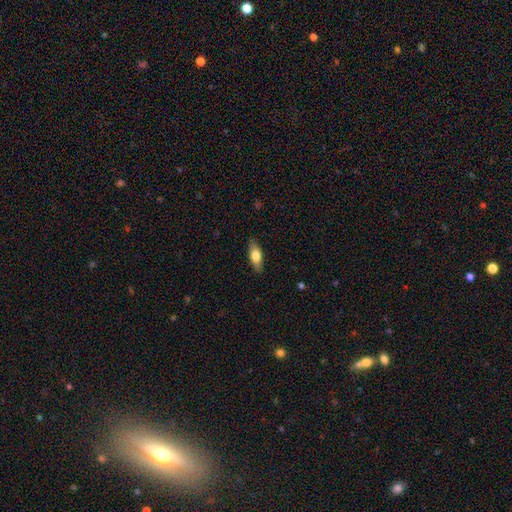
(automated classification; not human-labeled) This is likely a smooth galaxy (68%). How rounded: likely in between (70%). Merging: clearly none (87%).